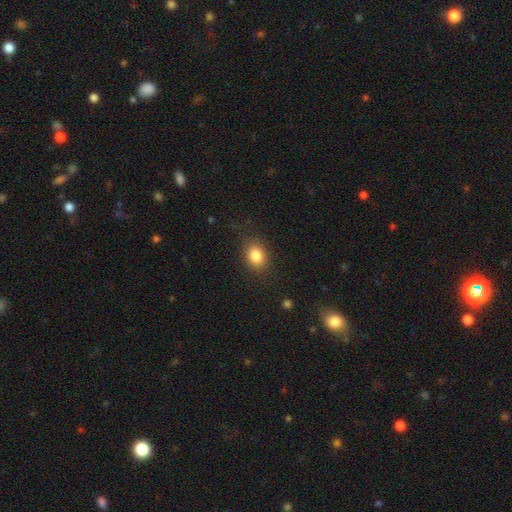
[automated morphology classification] Q: Smooth or featured?
A: smooth (83%); runner-up: star or artifact (10%)
Q: How rounded?
A: in between (53%); runner-up: round (46%)
Q: Merging?
A: none (83%); runner-up: minor disturbance (12%)